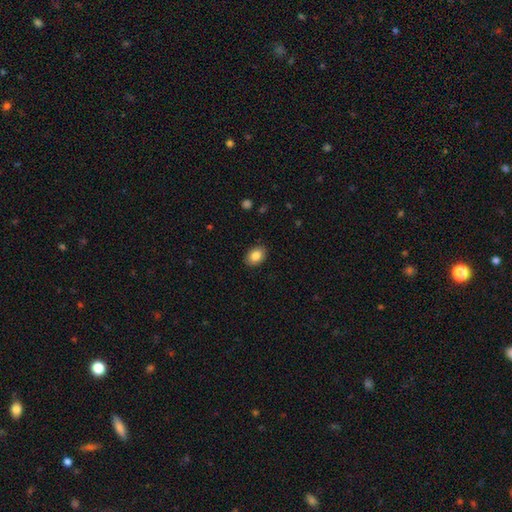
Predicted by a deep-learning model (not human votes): Overall: smooth (85%). How rounded: in between (78%). Merging: none (88%).